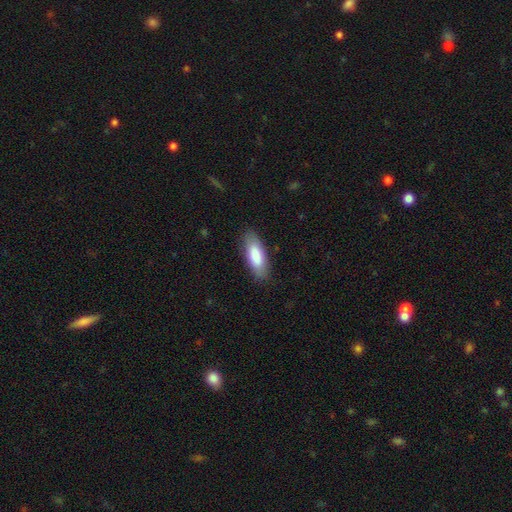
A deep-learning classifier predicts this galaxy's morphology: Smooth or featured: smooth — 83% (featured or disk — 11%)
How rounded: in between — 69% (cigar-shaped — 29%)
Merging: none — 85% (minor disturbance — 12%)